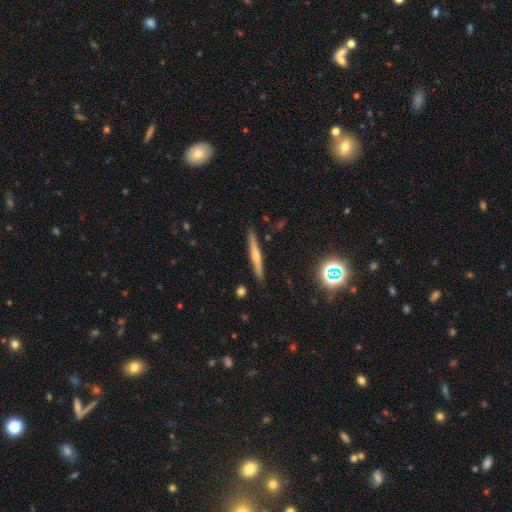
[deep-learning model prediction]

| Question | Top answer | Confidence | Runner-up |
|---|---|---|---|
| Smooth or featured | featured or disk | 59% | smooth (31%) |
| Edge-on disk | yes | 96% | no (4%) |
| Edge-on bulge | rounded | 76% | none (20%) |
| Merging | none | 90% | minor disturbance (8%) |